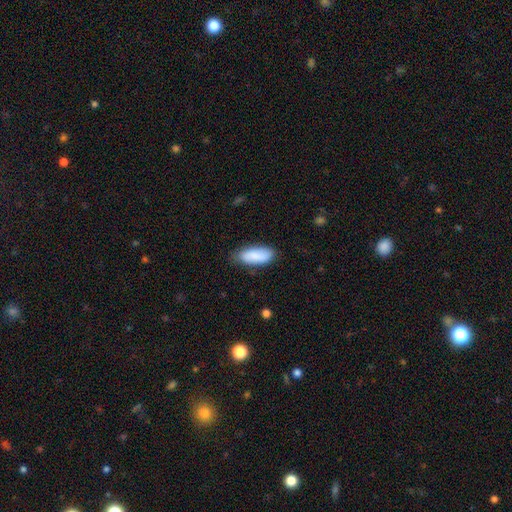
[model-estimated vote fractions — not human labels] Smooth or featured?
  - smooth: 84% *
  - featured or disk: 10%
  - star or artifact: 6%
How rounded?
  - in between: 79% *
  - cigar-shaped: 19%
  - round: 2%
Merging?
  - none: 73% *
  - minor disturbance: 21%
  - major disturbance: 4%
  - merger: 2%